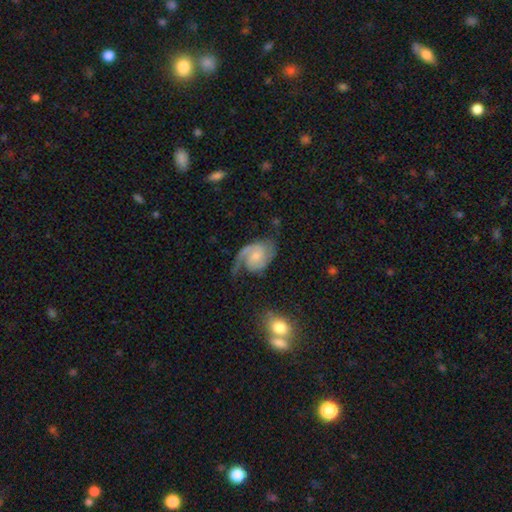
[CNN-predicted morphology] smooth-or-featured: featured or disk: 85% | smooth: 10% | star or artifact: 5%
  disk-edge-on: no: 98% | yes: 2%
    bar: no: 58% | weak: 37% | strong: 6%
    has-spiral-arms: yes: 97% | no: 3%
      spiral-winding: medium: 49% | tight: 27% | loose: 24%
      spiral-arm-count: 2: 70% | 1: 19% | can't tell: 5% | 3: 4% | 4: 1% | more than 4: 1%
    bulge-size: small: 46% | moderate: 38% | none: 11% | large: 4% | dominant: 1%
  merging: none: 55% | minor disturbance: 22% | major disturbance: 20% | merger: 2%